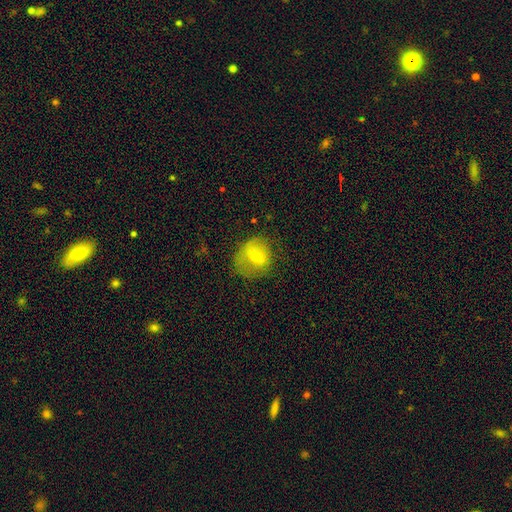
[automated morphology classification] The model was most divided on "smooth or featured": smooth: 58%, featured or disk: 32%, star or artifact: 10%. More confident: how rounded — round (64%); merging — none (56%).